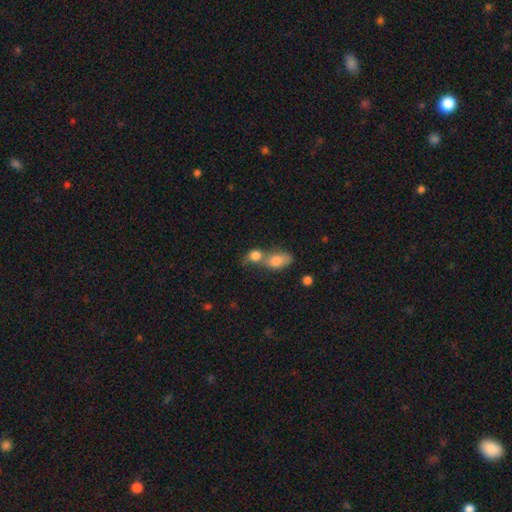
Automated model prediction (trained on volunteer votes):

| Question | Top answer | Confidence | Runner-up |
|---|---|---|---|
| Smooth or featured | smooth | 79% | featured or disk (11%) |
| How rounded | in between | 57% | round (40%) |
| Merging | merger | 68% | none (19%) |